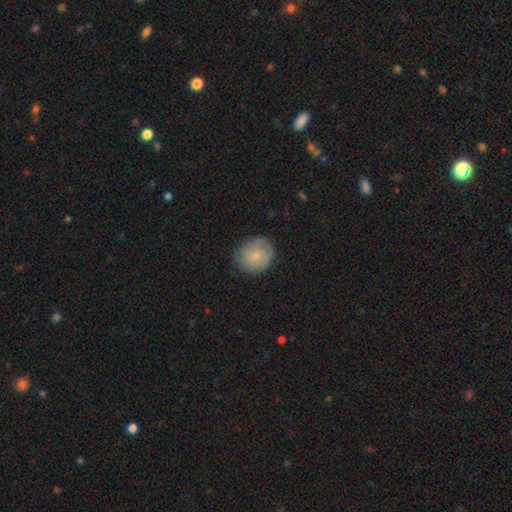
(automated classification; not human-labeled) The model was most divided on "smooth or featured": smooth: 73%, featured or disk: 19%, star or artifact: 8%. More confident: how rounded — round (80%); merging — none (77%).